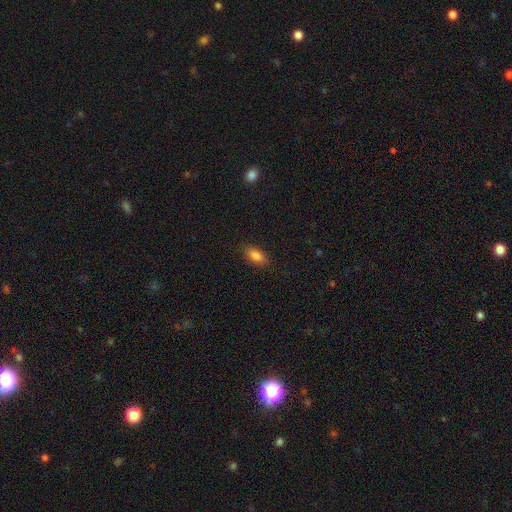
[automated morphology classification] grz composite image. It shows a smooth galaxy with no disk features (85%) that is in between round and cigar-shaped (88%). Merging: none (85%).